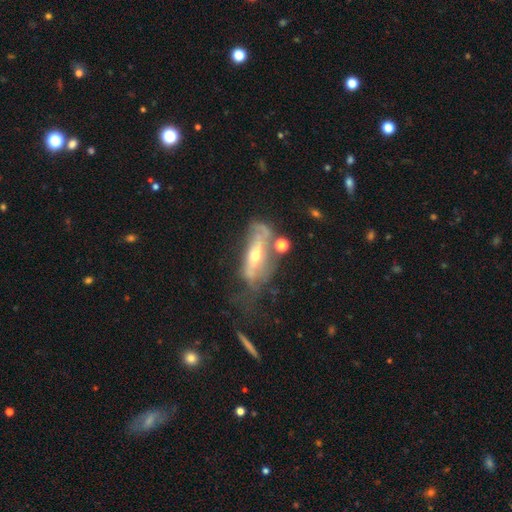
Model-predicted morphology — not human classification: Smooth or featured? Predicted: featured or disk (p=0.69). Edge-on disk? Predicted: no (p=0.70). Merging? Predicted: none (p=0.33).